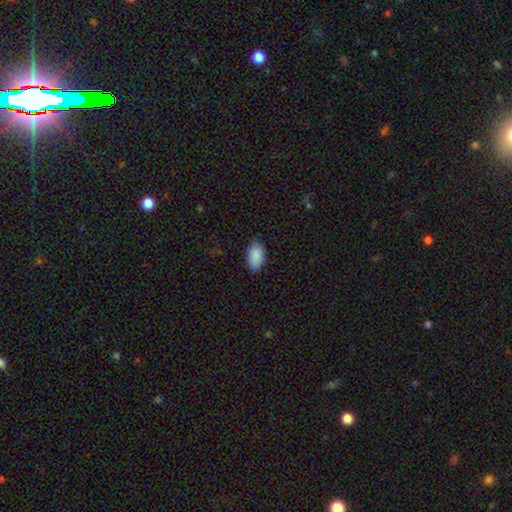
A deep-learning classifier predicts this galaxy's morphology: Smooth or featured: smooth — 90% (star or artifact — 7%)
How rounded: in between — 94% (round — 5%)
Merging: none — 82% (minor disturbance — 14%)